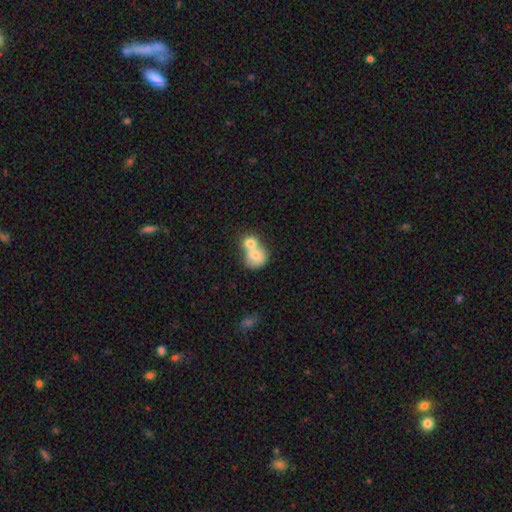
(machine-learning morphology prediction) A smooth galaxy with no disk features (72%) that is round (70%).

Vote fractions:
- Smooth or featured? smooth: 72% / featured or disk: 20% / star or artifact: 8%
- How rounded? round: 70% / in between: 29% / cigar-shaped: 1%
- Merging? merger: 72% / none: 19% / minor disturbance: 6% / major disturbance: 3%